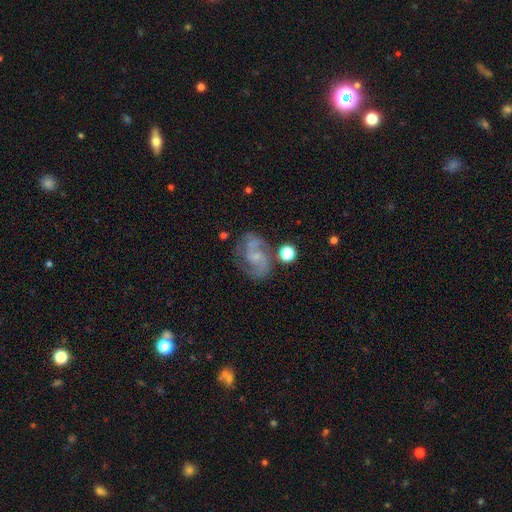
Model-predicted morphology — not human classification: The model was most divided on "bar": no: 49%, weak: 42%, strong: 9%. More confident: edge-on disk — no (98%); spiral arms — yes (95%); spiral arm count — 2 (83%); smooth or featured — featured or disk (83%); merging — none (69%); bulge size — small (63%); spiral winding — medium (55%).